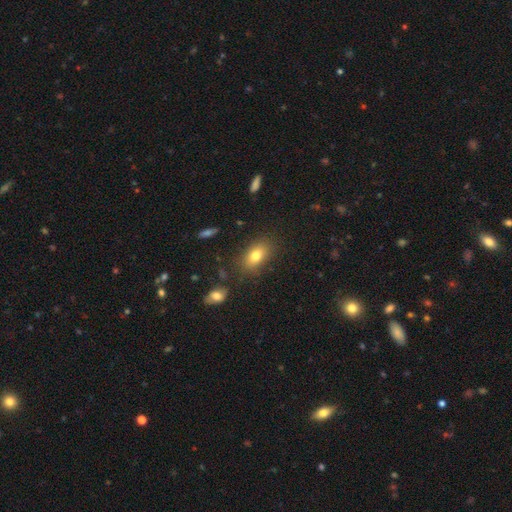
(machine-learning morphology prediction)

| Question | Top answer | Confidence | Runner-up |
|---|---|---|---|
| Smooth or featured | smooth | 77% | featured or disk (13%) |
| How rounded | in between | 83% | round (14%) |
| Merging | none | 82% | minor disturbance (12%) |